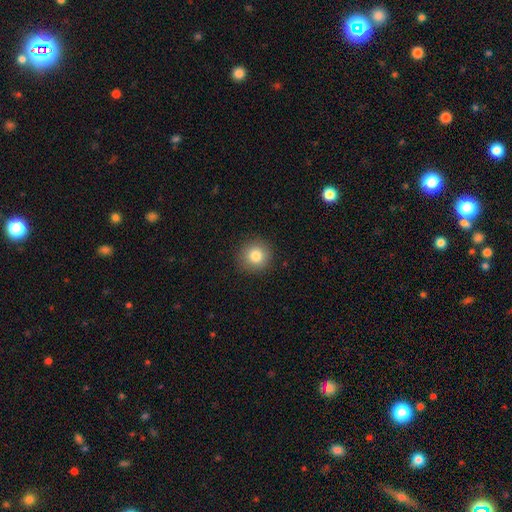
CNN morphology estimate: Q: Smooth or featured?
A: smooth (82%); runner-up: star or artifact (10%)
Q: How rounded?
A: round (93%); runner-up: in between (6%)
Q: Merging?
A: none (91%); runner-up: minor disturbance (6%)